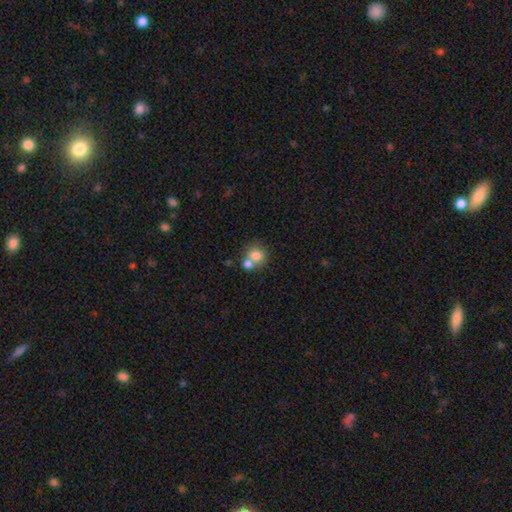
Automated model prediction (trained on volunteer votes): Smooth or featured? smooth (77%)
How rounded? round (78%)
Merging? merger (47%)